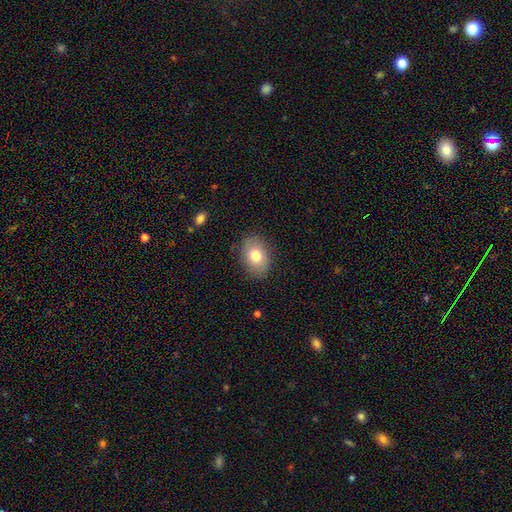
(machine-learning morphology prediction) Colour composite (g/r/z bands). It shows a smooth galaxy with no disk features (77%) that is in between round and cigar-shaped (79%). Merging: none (85%).